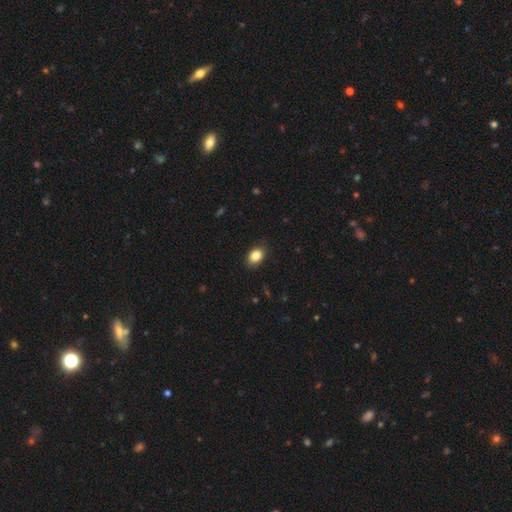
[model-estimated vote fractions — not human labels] smooth_or_featured: smooth (p=0.87) [alt: star or artifact p=0.08]
how_rounded: in between (p=0.80) [alt: round p=0.19]
merging: none (p=0.86) [alt: minor disturbance p=0.10]